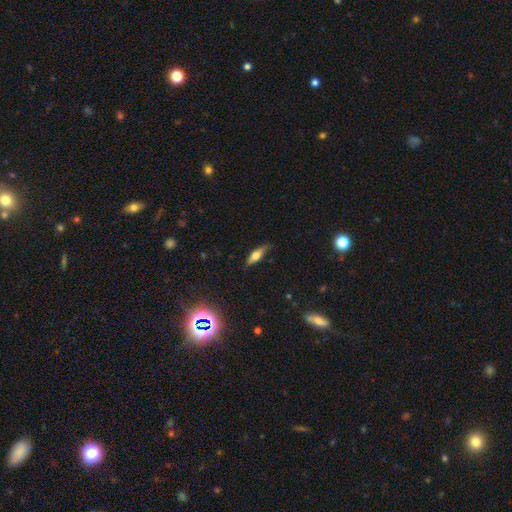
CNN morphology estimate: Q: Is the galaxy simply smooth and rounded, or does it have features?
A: smooth — 59%.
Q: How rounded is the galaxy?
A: in between — 50%.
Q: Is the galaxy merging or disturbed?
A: none — 76%.